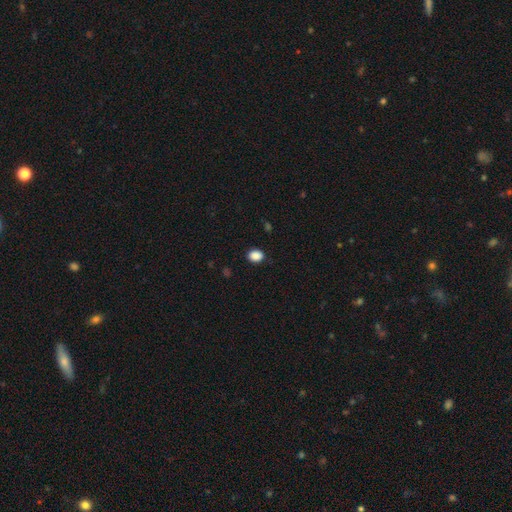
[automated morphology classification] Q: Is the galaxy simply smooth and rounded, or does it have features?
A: smooth — 89%.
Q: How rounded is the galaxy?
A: in between — 59%.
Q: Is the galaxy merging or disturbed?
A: none — 88%.